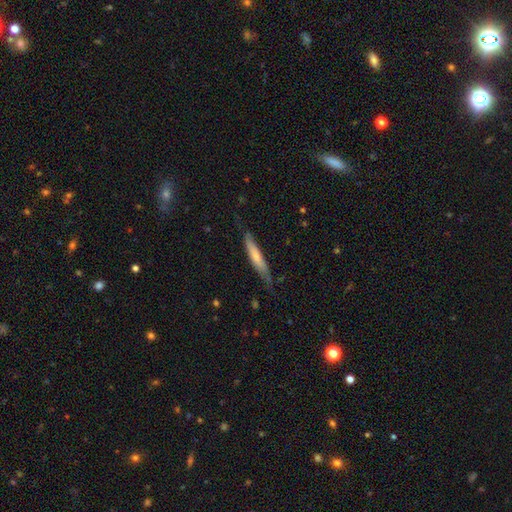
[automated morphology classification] smooth-or-featured: smooth: 62% | featured or disk: 32% | star or artifact: 5%
  how-rounded: cigar-shaped: 88% | in between: 11% | round: 1%
  merging: none: 67% | minor disturbance: 25% | major disturbance: 6% | merger: 2%